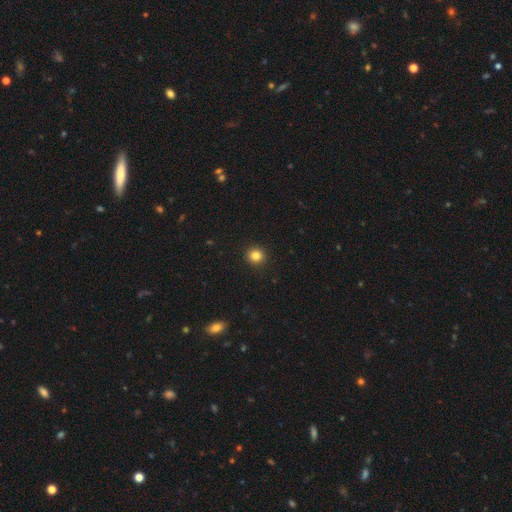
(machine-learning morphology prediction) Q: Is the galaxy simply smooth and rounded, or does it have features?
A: smooth — 84%.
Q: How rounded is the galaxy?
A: round — 93%.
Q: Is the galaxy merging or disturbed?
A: none — 93%.